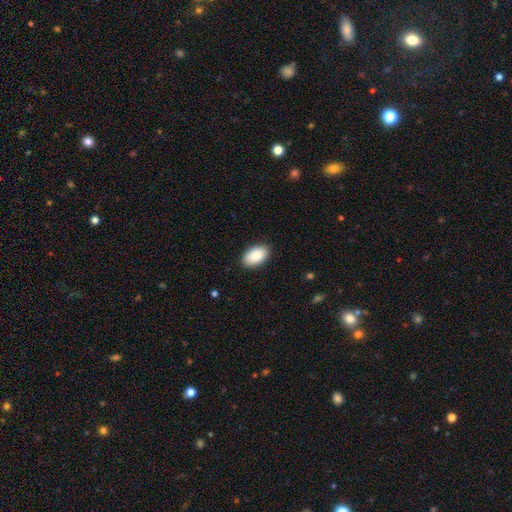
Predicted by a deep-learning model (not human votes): This is clearly a smooth galaxy (88%). How rounded: clearly in between (94%). Merging: clearly none (89%).